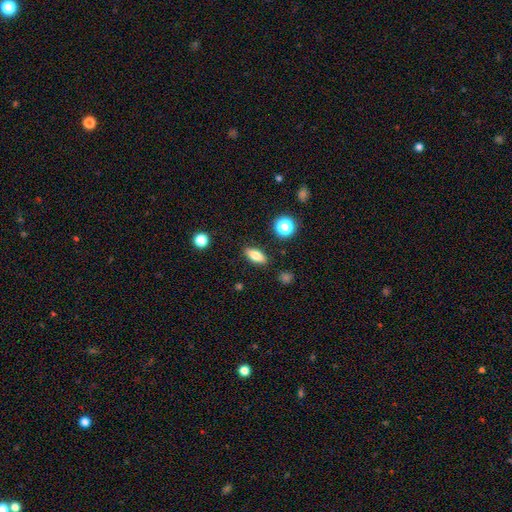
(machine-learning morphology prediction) smooth_or_featured: smooth (p=0.75) [alt: featured or disk p=0.15]
how_rounded: in between (p=0.71) [alt: cigar-shaped p=0.23]
merging: none (p=0.87) [alt: minor disturbance p=0.09]